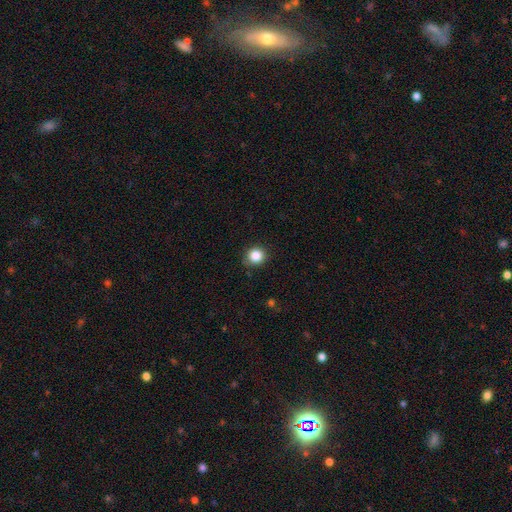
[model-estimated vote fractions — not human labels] Smooth or featured? Predicted: smooth (p=0.85). How rounded? Predicted: round (p=0.89). Merging? Predicted: none (p=0.86).